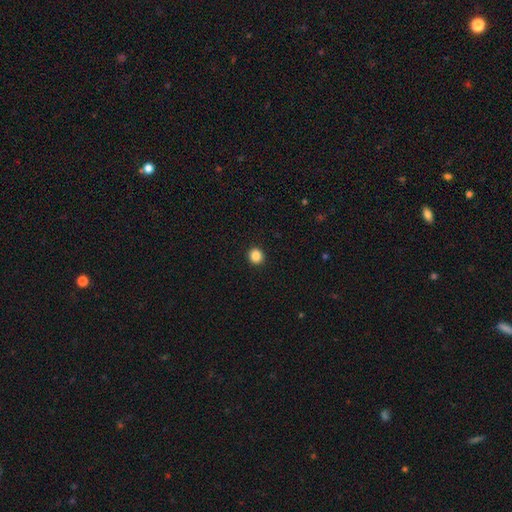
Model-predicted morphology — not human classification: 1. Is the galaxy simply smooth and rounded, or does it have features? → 86% smooth, 11% star or artifact, 3% featured or disk.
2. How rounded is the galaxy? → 92% round, 7% in between, 1% cigar-shaped.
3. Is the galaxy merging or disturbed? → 93% none, 4% minor disturbance, 1% major disturbance, 1% merger.